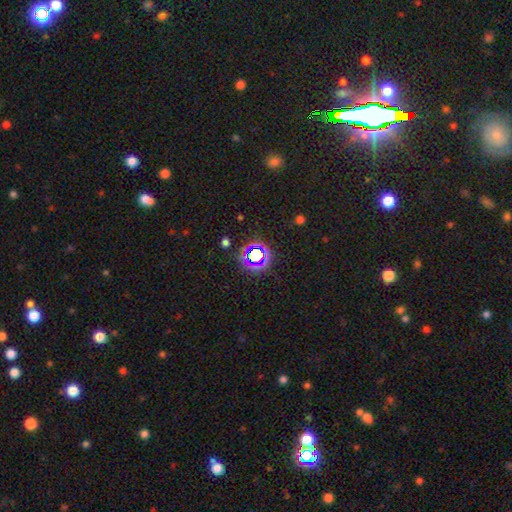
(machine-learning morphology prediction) A star or artifact, not a galaxy (67%).

Vote fractions:
- Smooth or featured? star or artifact: 67% / smooth: 22% / featured or disk: 10%